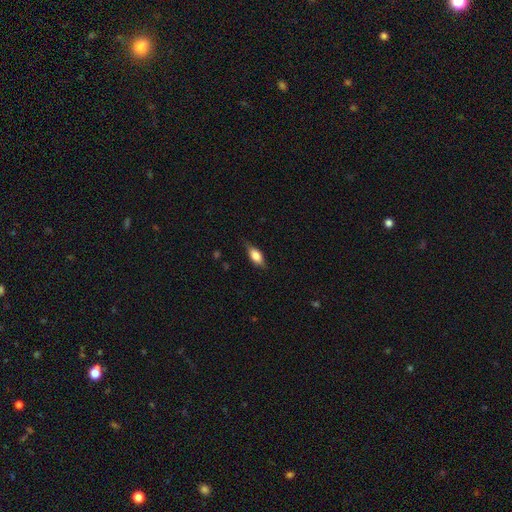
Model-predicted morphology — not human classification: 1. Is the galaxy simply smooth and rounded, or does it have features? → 72% smooth, 21% featured or disk, 7% star or artifact.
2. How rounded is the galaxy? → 81% in between, 14% cigar-shaped, 5% round.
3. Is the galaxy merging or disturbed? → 73% none, 21% minor disturbance, 5% major disturbance, 1% merger.